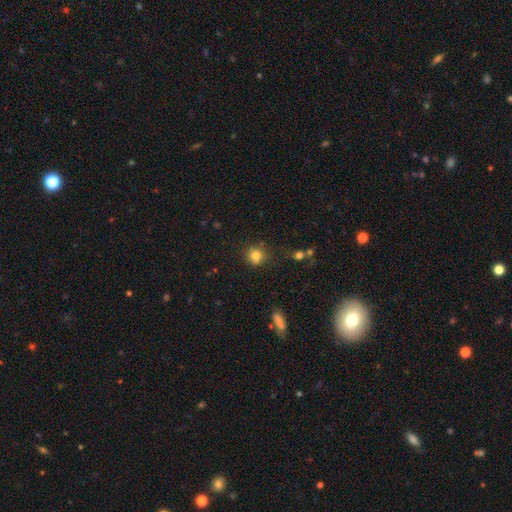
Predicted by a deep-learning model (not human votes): Smooth or featured? Predicted: smooth (p=0.79). How rounded? Predicted: round (p=0.86). Merging? Predicted: none (p=0.73).